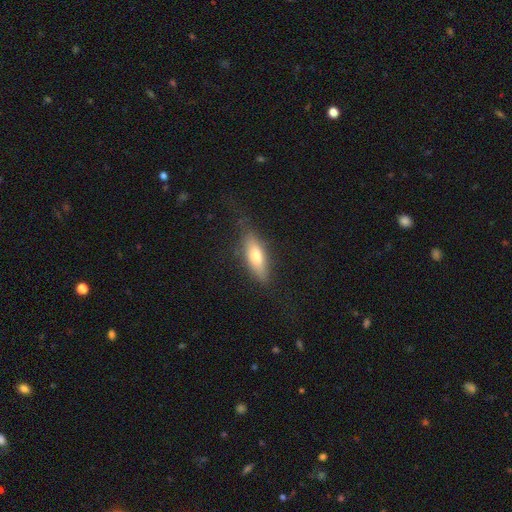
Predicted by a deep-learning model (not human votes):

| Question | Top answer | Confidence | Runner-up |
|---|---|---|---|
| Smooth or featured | smooth | 66% | featured or disk (28%) |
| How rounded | in between | 53% | cigar-shaped (45%) |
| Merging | none | 75% | minor disturbance (18%) |